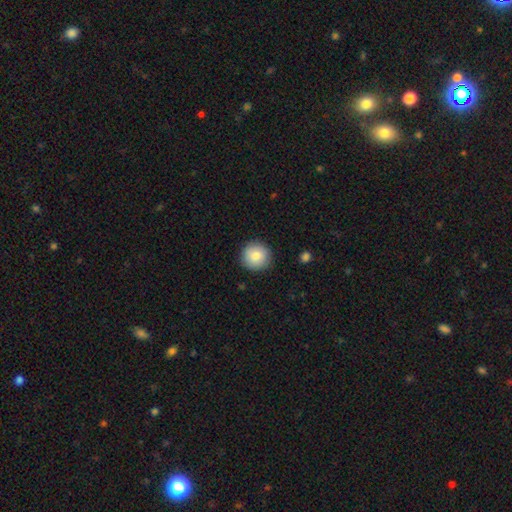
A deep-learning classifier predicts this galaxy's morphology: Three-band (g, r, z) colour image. It shows a smooth galaxy with no disk features (82%) that is round (94%). Merging: none (90%).